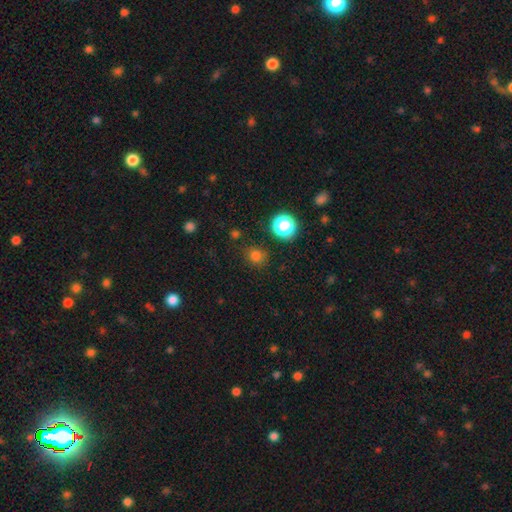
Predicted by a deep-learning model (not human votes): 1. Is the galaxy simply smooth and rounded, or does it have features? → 74% smooth, 21% star or artifact, 5% featured or disk.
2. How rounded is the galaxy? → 82% round, 17% in between, 1% cigar-shaped.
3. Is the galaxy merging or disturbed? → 83% none, 11% minor disturbance, 4% major disturbance, 3% merger.